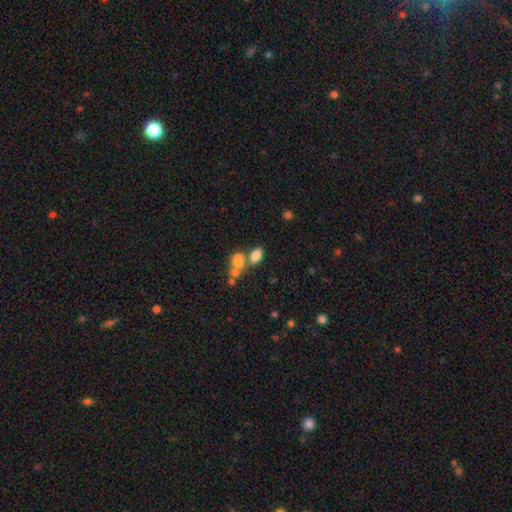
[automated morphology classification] Q: Smooth or featured?
A: smooth (76%); runner-up: featured or disk (12%)
Q: How rounded?
A: in between (84%); runner-up: round (14%)
Q: Merging?
A: none (42%); runner-up: merger (41%)